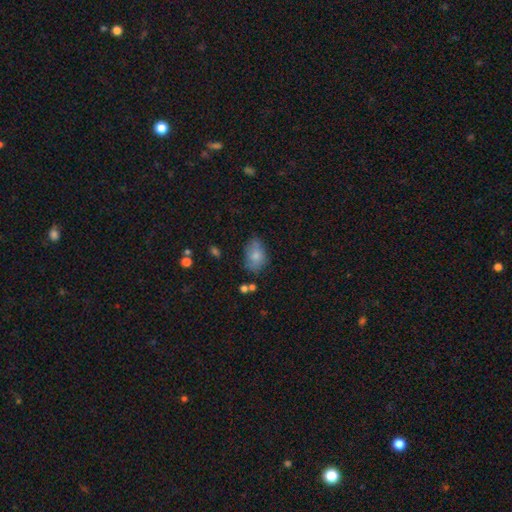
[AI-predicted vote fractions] Smooth or featured? Predicted: smooth (p=0.79). How rounded? Predicted: in between (p=0.86). Merging? Predicted: none (p=0.63).